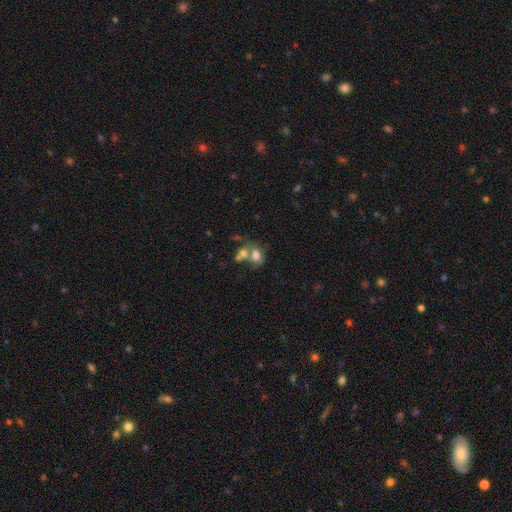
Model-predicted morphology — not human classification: Smooth or featured? smooth (67%)
How rounded? in between (66%)
Merging? merger (54%)